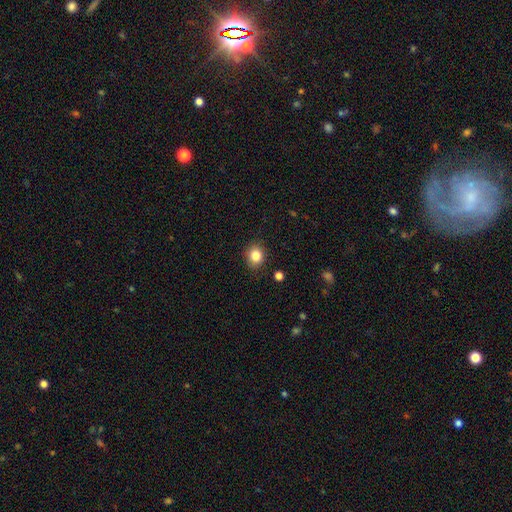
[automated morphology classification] Smooth or featured? smooth (84%)
How rounded? round (72%)
Merging? none (88%)